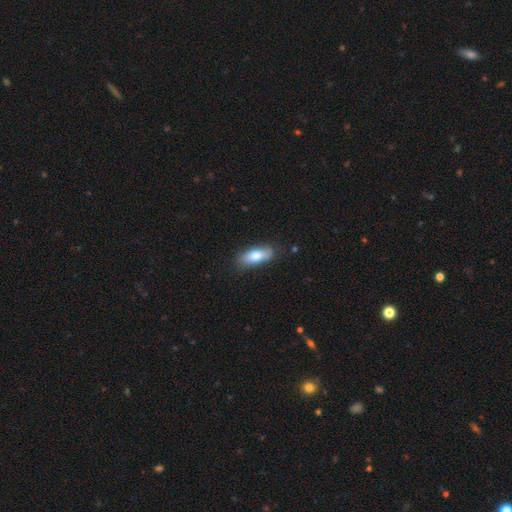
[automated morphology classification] This appears to be a smooth galaxy with no disk features (76%) that is in between round and cigar-shaped (76%). Merging: none (78%).